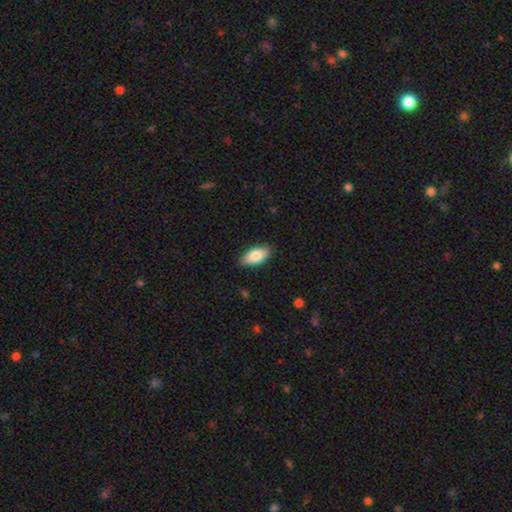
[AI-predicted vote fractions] Overall: smooth (83%). How rounded: in between (91%). Merging: none (87%).